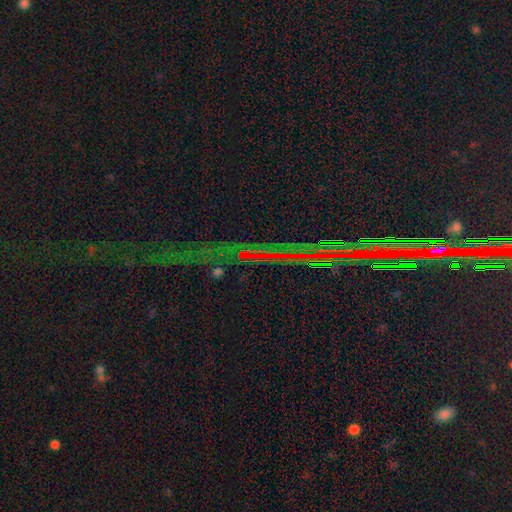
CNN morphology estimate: smooth-or-featured: star or artifact: 73% | featured or disk: 16% | smooth: 11%